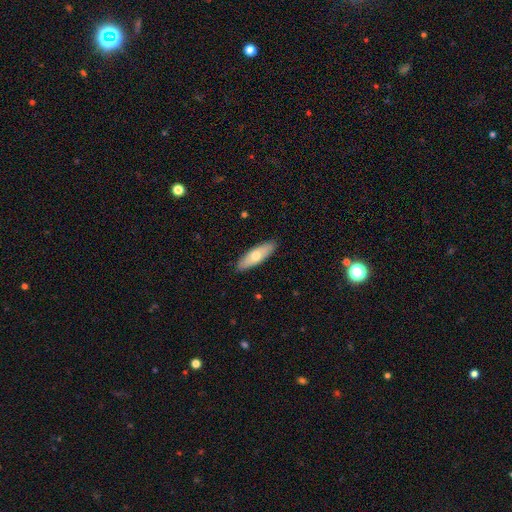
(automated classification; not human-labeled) smooth-or-featured: smooth: 67% | featured or disk: 28% | star or artifact: 5%
  how-rounded: in between: 53% | cigar-shaped: 45% | round: 2%
  merging: none: 88% | minor disturbance: 9% | major disturbance: 2% | merger: 1%